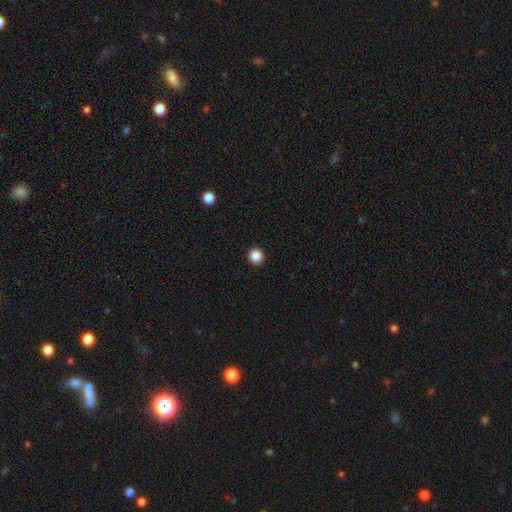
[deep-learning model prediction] smooth-or-featured: smooth: 86% | star or artifact: 11% | featured or disk: 3%
  how-rounded: round: 92% | in between: 8% | cigar-shaped: 1%
  merging: none: 94% | minor disturbance: 4% | major disturbance: 1% | merger: 1%